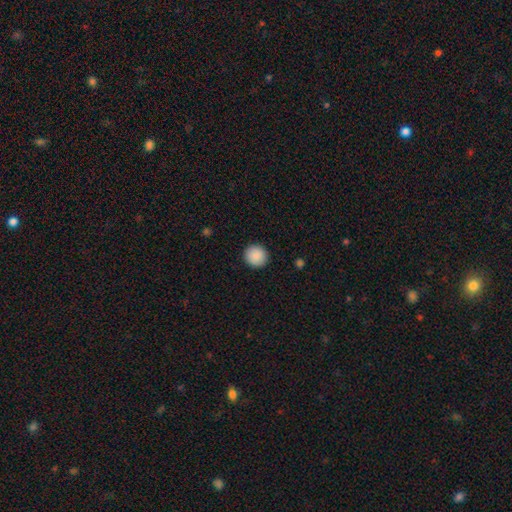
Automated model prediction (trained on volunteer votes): A smooth galaxy with no disk features (89%) that is round (93%). Merging: none (92%).